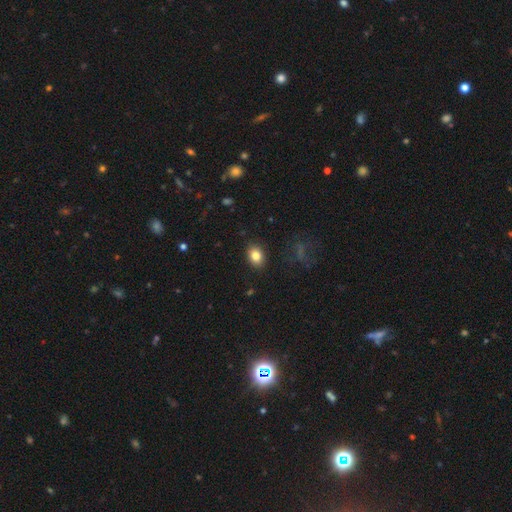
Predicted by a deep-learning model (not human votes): smooth 83%, star or artifact 9%, featured or disk 8%. Down the decision tree: how rounded — in between (73%); merging — none (87%).